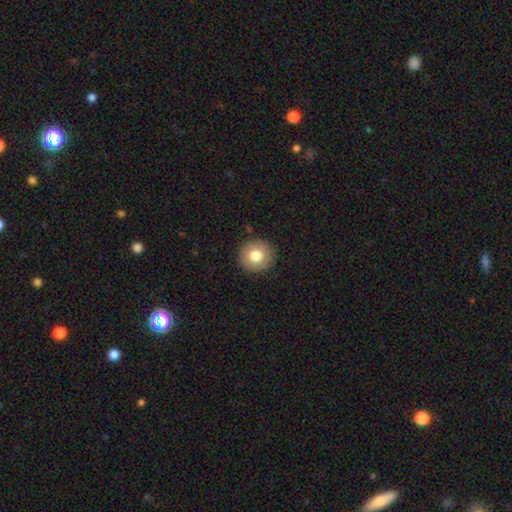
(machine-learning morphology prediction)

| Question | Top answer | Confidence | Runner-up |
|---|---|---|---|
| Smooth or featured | smooth | 77% | featured or disk (14%) |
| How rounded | round | 92% | in between (7%) |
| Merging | none | 91% | minor disturbance (6%) |